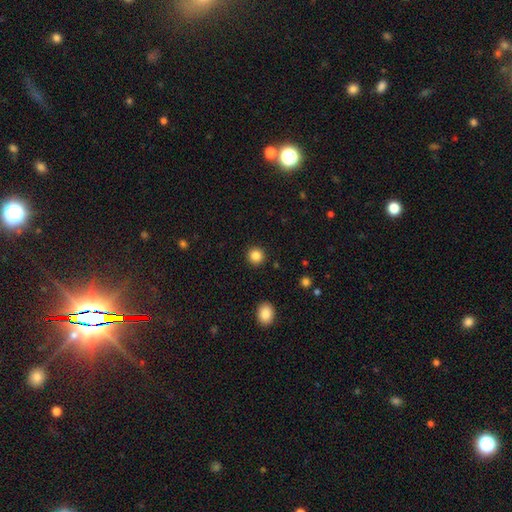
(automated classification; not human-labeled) Q: Smooth or featured?
A: smooth (85%); runner-up: star or artifact (11%)
Q: How rounded?
A: round (94%); runner-up: in between (5%)
Q: Merging?
A: none (92%); runner-up: minor disturbance (5%)